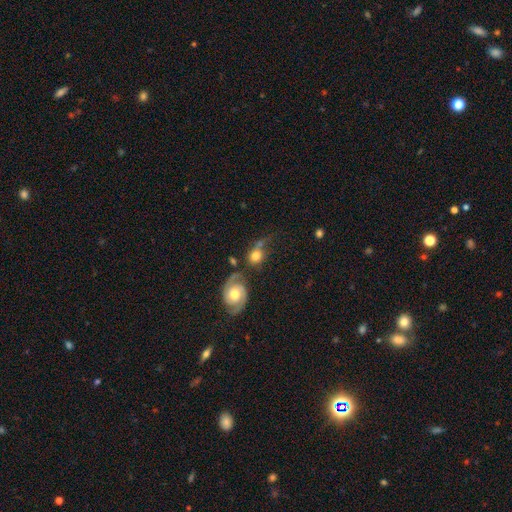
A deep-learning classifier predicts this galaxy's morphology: This appears to be a smooth galaxy with no disk features (54%) that is round (67%). Merging: none (40%).